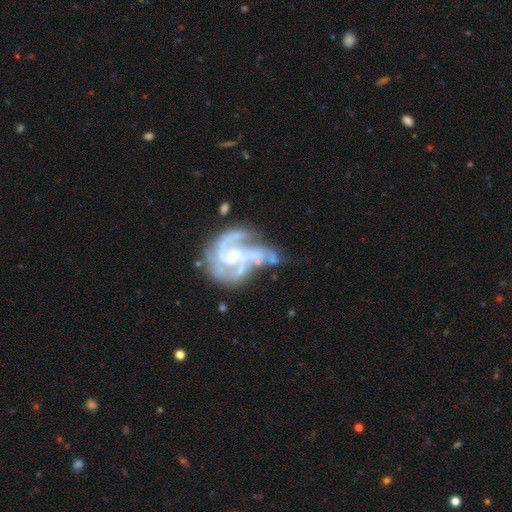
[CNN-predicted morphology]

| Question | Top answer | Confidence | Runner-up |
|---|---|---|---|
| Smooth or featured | featured or disk | 91% | star or artifact (5%) |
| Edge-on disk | no | 98% | yes (2%) |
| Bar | no | 62% | weak (30%) |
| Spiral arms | yes | 98% | no (2%) |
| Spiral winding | medium | 51% | tight (37%) |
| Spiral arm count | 3 | 44% | 2 (30%) |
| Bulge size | small | 69% | moderate (26%) |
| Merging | none | 48% | minor disturbance (24%) |